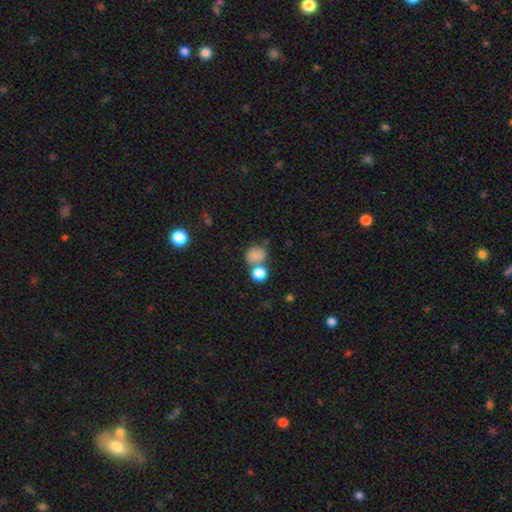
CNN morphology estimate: A smooth galaxy with no disk features (80%) that is round (63%). Merging: none (44%).